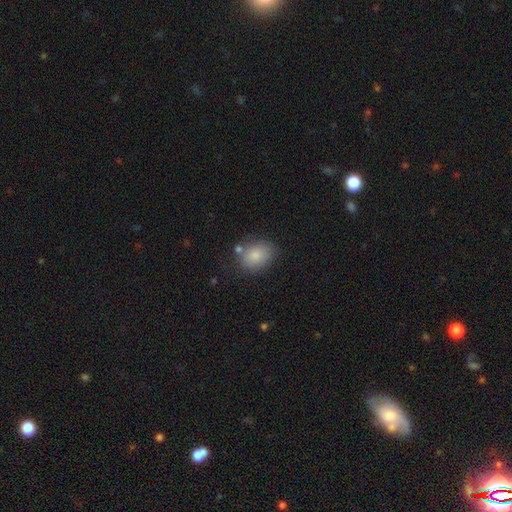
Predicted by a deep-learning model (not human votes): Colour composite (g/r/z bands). It shows a smooth galaxy with no disk features (84%) that is in between round and cigar-shaped (70%). Merging: none (68%).